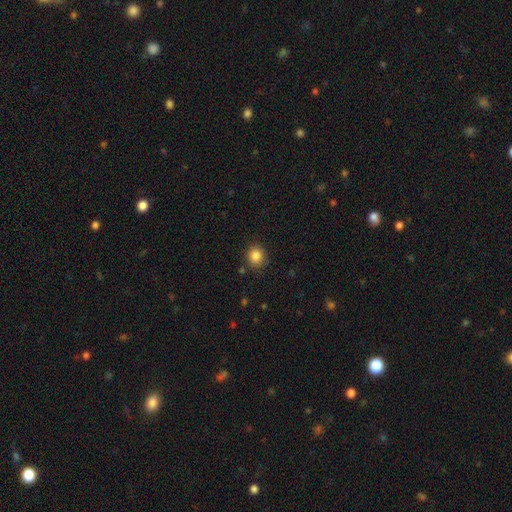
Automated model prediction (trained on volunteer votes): Smooth or featured: smooth — 85% (star or artifact — 11%)
How rounded: round — 85% (in between — 14%)
Merging: none — 88% (minor disturbance — 8%)